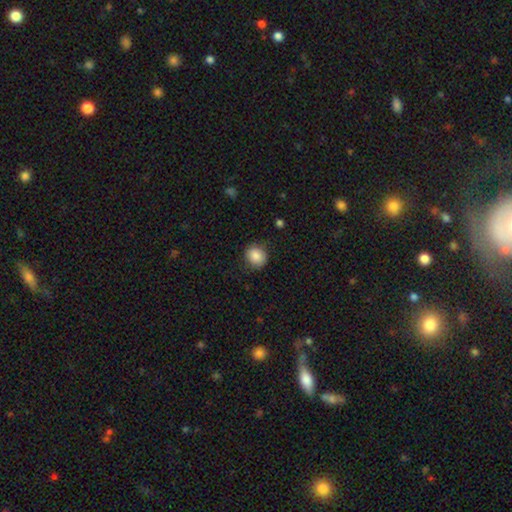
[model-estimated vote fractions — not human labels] The model was most divided on "how rounded": round: 80%, in between: 19%, cigar-shaped: 1%. More confident: smooth or featured — smooth (87%); merging — none (83%).